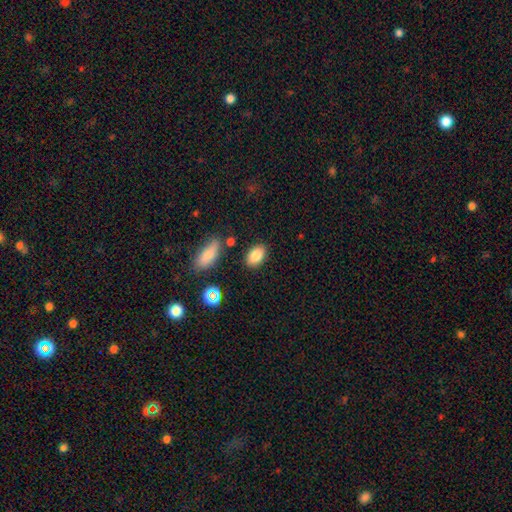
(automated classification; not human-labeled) smooth_or_featured: smooth (p=0.83) [alt: star or artifact p=0.09]
how_rounded: in between (p=0.86) [alt: round p=0.12]
merging: none (p=0.83) [alt: minor disturbance p=0.10]